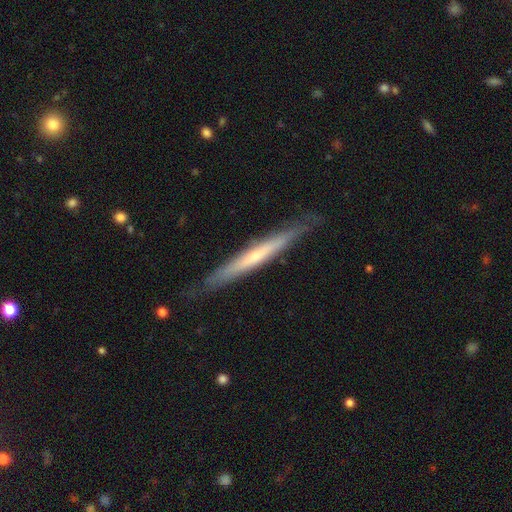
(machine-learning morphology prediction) A featured or disk galaxy (56%) viewed edge-on (94%) with no central bulge (60%). Merging: none (85%).